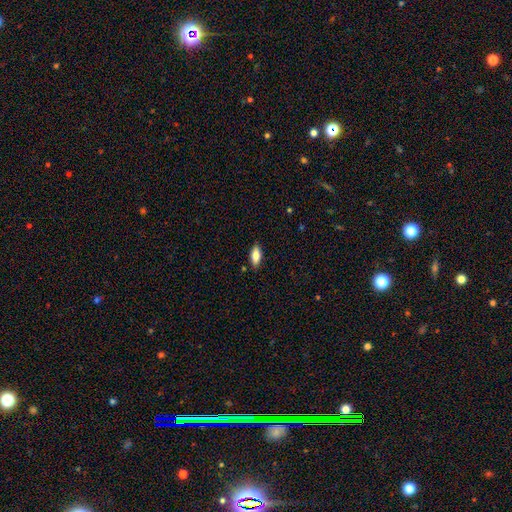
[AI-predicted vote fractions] A smooth galaxy with no disk features (78%) that is in between round and cigar-shaped (80%). Merging: none (87%).